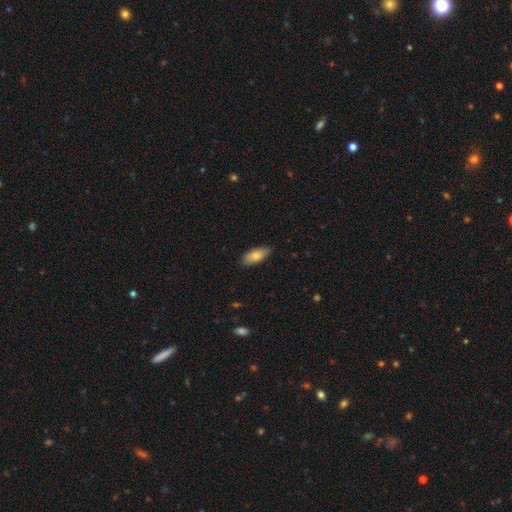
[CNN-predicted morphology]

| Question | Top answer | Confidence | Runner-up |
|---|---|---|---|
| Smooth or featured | smooth | 81% | featured or disk (12%) |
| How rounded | in between | 84% | cigar-shaped (14%) |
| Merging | none | 86% | minor disturbance (12%) |